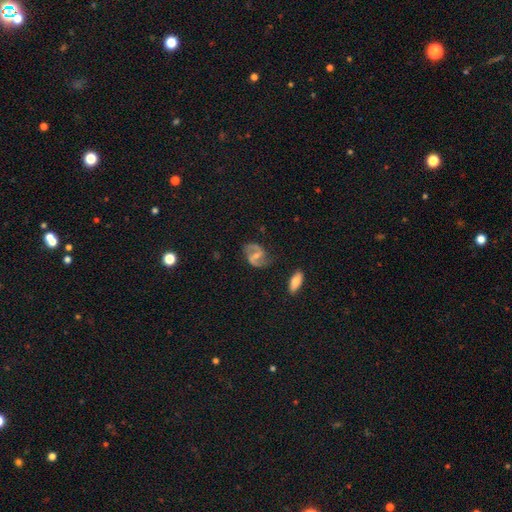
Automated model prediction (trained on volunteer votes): A featured or disk galaxy (86%) with a weak bar (47%), 2 (93%) medium (50%) spiral arms (95%) and a small central bulge (50%).

Vote fractions:
- Smooth or featured? featured or disk: 86% / smooth: 9% / star or artifact: 6%
- Edge-on disk? no: 97% / yes: 3%
- Bar? weak: 47% / strong: 30% / no: 23%
- Spiral arms? yes: 95% / no: 5%
- Spiral winding? medium: 50% / loose: 36% / tight: 13%
- Spiral arm count? 2: 93% / can't tell: 3% / 1: 2% / 3: 1% / 4: 1% / more than 4: 1%
- Bulge size? small: 50% / moderate: 40% / none: 7% / large: 2% / dominant: 1%
- Merging? none: 75% / minor disturbance: 16% / major disturbance: 6% / merger: 2%